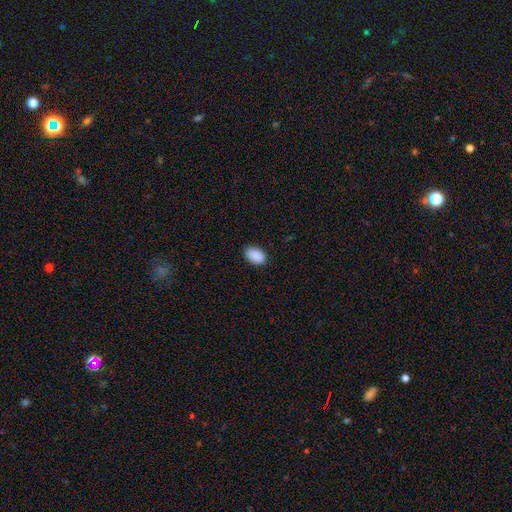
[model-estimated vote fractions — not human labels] smooth-or-featured: smooth: 91% | star or artifact: 7% | featured or disk: 2%
  how-rounded: in between: 91% | round: 8% | cigar-shaped: 1%
  merging: none: 88% | minor disturbance: 9% | major disturbance: 2% | merger: 1%